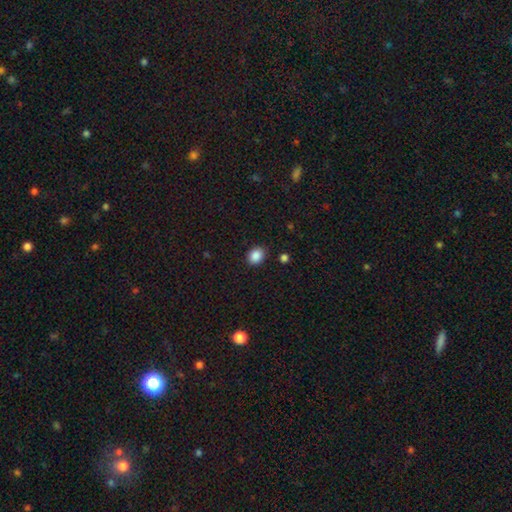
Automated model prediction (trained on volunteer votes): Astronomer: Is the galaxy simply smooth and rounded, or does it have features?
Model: smooth — 88%.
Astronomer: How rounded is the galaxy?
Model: in between — 52% (runner-up: round, 48%).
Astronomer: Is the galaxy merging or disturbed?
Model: none — 87%.